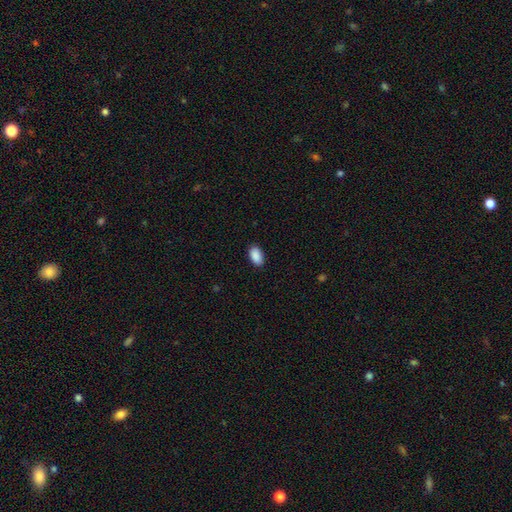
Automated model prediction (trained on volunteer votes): Q: Smooth or featured?
A: smooth (91%); runner-up: star or artifact (7%)
Q: How rounded?
A: in between (94%); runner-up: round (4%)
Q: Merging?
A: none (89%); runner-up: minor disturbance (9%)